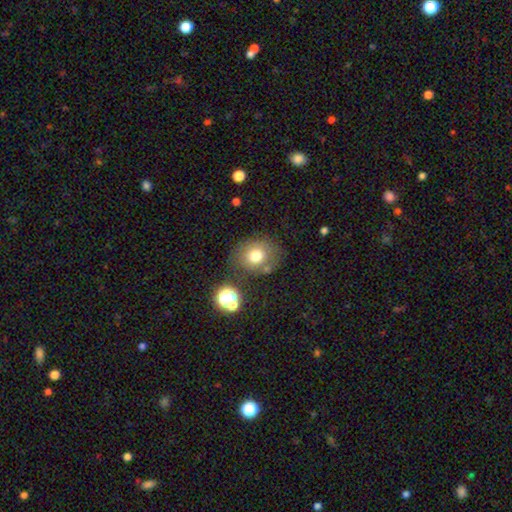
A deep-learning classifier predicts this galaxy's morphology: smooth-or-featured: smooth: 72% | featured or disk: 14% | star or artifact: 14%
  how-rounded: round: 69% | in between: 30% | cigar-shaped: 1%
  merging: none: 70% | minor disturbance: 16% | merger: 7% | major disturbance: 7%